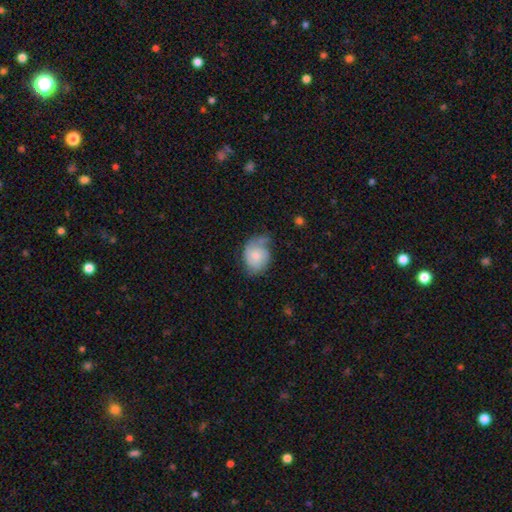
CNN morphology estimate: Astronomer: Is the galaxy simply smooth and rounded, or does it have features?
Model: smooth — 54% (runner-up: featured or disk, 39%).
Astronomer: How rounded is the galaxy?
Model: in between — 56% (runner-up: round, 43%).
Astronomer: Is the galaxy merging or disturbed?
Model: none — 41% (runner-up: minor disturbance, 36%).